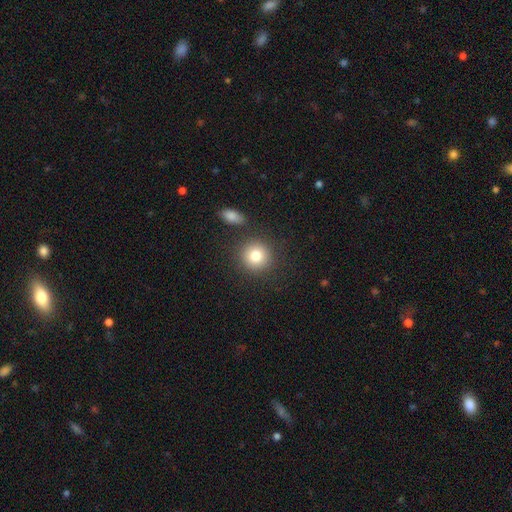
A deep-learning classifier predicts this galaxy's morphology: Q: Smooth or featured?
A: smooth (81%); runner-up: star or artifact (10%)
Q: How rounded?
A: round (91%); runner-up: in between (8%)
Q: Merging?
A: none (83%); runner-up: minor disturbance (8%)